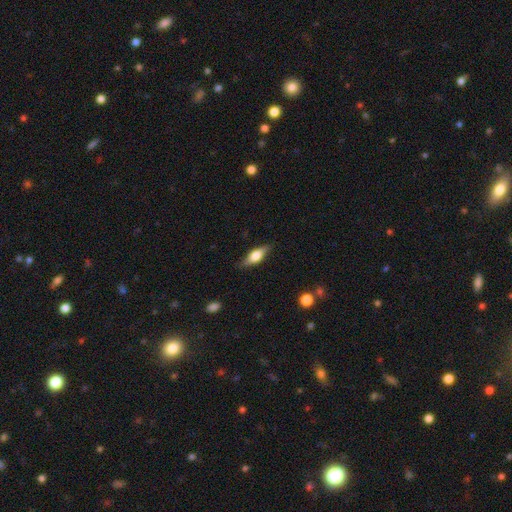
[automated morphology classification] smooth_or_featured: smooth (p=0.47) [alt: featured or disk p=0.46]
merging: none (p=0.80) [alt: minor disturbance p=0.15]